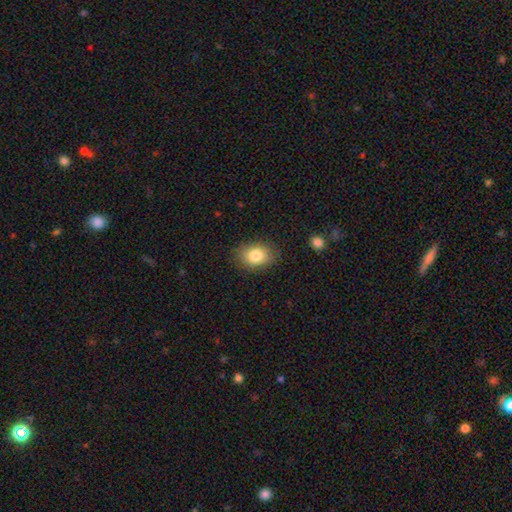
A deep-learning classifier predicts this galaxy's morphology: The model was most divided on "how rounded": in between: 72%, round: 27%, cigar-shaped: 1%. More confident: merging — none (84%); smooth or featured — smooth (82%).